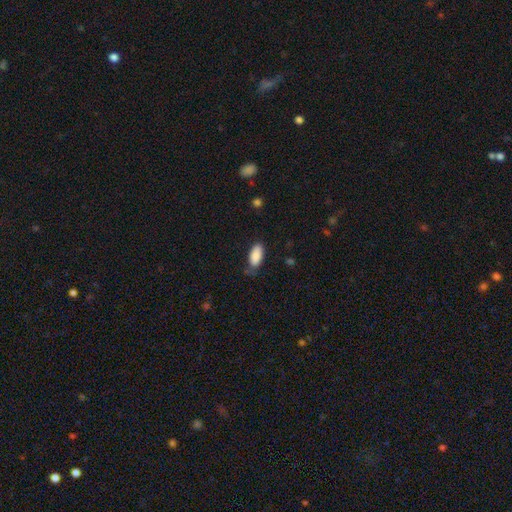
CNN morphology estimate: Smooth or featured?
  - smooth: 88% *
  - star or artifact: 7%
  - featured or disk: 5%
How rounded?
  - in between: 91% *
  - cigar-shaped: 7%
  - round: 2%
Merging?
  - none: 68% *
  - minor disturbance: 25%
  - major disturbance: 5%
  - merger: 2%